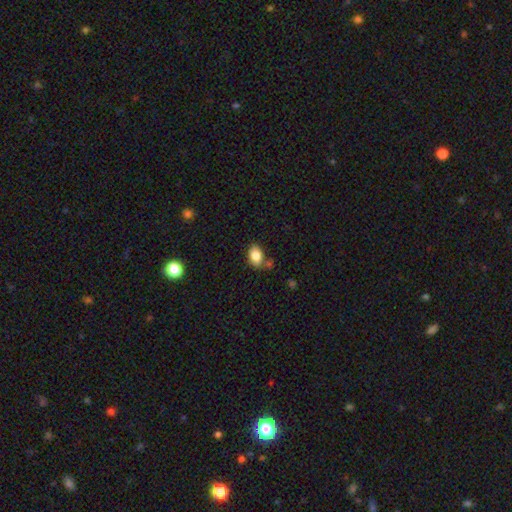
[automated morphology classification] type=smooth (84%); roundness=in between (83%); merging=none (68%).